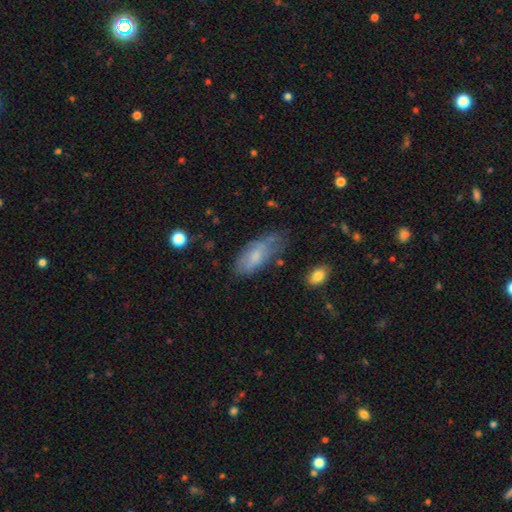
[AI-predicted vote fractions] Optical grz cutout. It shows a smooth galaxy with no disk features (65%) that is in between round and cigar-shaped (85%). Merging: none (52%).